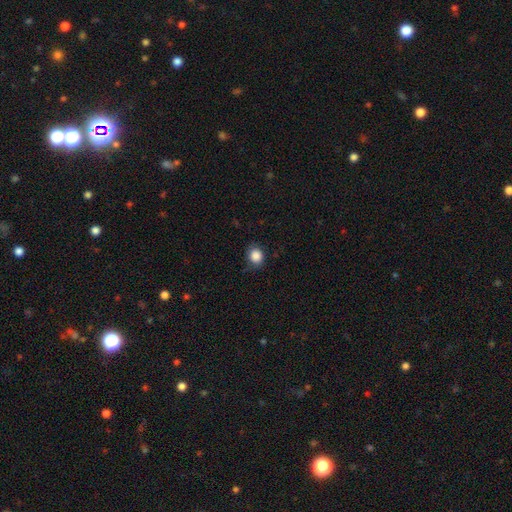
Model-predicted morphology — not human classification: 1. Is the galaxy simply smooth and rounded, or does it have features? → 86% smooth, 9% star or artifact, 5% featured or disk.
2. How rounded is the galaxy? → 73% round, 26% in between, 1% cigar-shaped.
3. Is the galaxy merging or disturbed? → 75% none, 19% minor disturbance, 4% major disturbance, 1% merger.